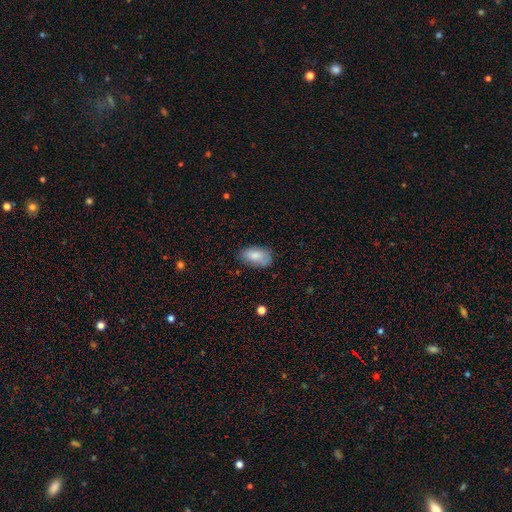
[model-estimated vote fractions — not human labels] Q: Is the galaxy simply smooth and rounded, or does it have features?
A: smooth — 82%.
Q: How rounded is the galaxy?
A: in between — 93%.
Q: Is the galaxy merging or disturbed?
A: none — 72%.